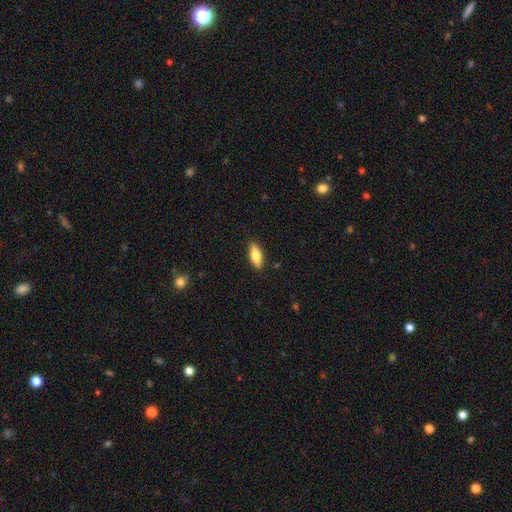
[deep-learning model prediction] Smooth or featured?
  - smooth: 73% *
  - featured or disk: 21%
  - star or artifact: 6%
How rounded?
  - in between: 71% *
  - cigar-shaped: 27%
  - round: 2%
Merging?
  - none: 88% *
  - minor disturbance: 9%
  - major disturbance: 2%
  - merger: 1%